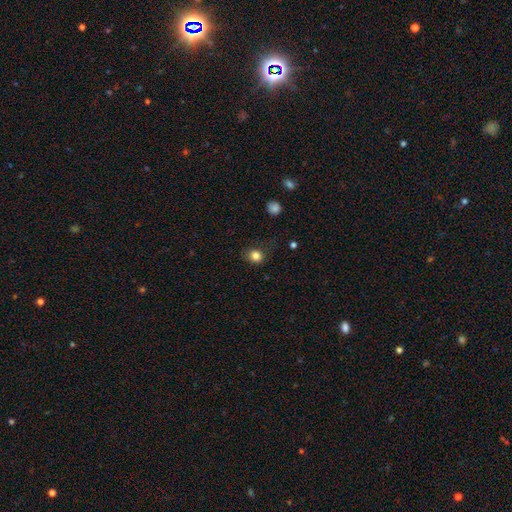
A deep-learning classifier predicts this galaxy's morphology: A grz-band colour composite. It shows a smooth galaxy with no disk features (83%) that is round (72%). Merging: none (75%).